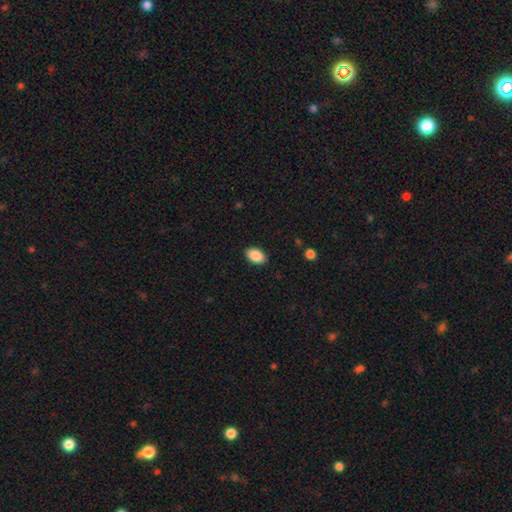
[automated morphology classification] smooth 90%, star or artifact 7%, featured or disk 3%. Down the decision tree: how rounded — in between (92%); merging — none (89%).